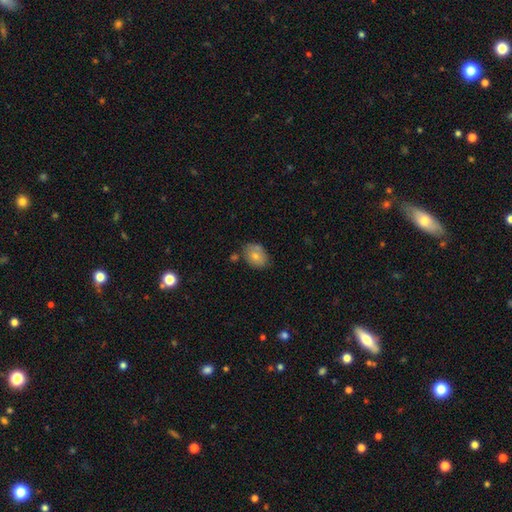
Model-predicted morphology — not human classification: smooth 74%, featured or disk 18%, star or artifact 8%. Down the decision tree: how rounded — in between (74%); merging — none (65%).